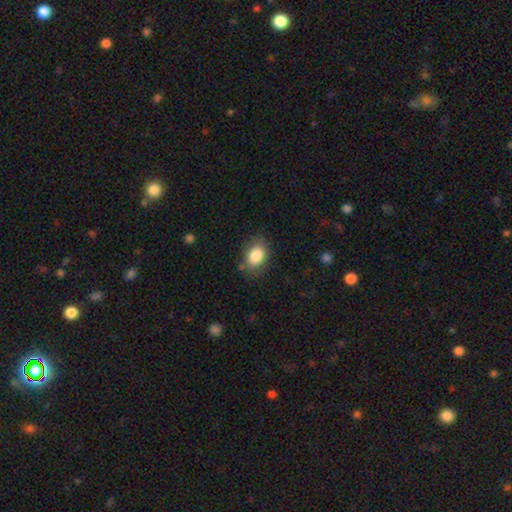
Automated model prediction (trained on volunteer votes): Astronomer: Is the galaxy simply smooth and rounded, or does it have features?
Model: smooth — 85%.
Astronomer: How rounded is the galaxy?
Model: in between — 75%.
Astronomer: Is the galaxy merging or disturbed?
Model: none — 78%.